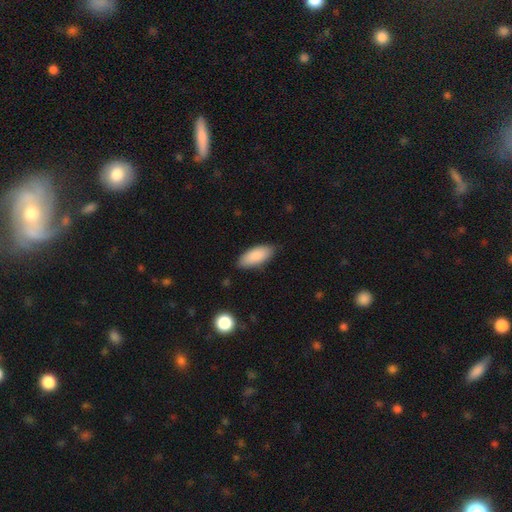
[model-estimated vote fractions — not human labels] Smooth or featured? Predicted: smooth (p=0.88). How rounded? Predicted: in between (p=0.82). Merging? Predicted: none (p=0.82).